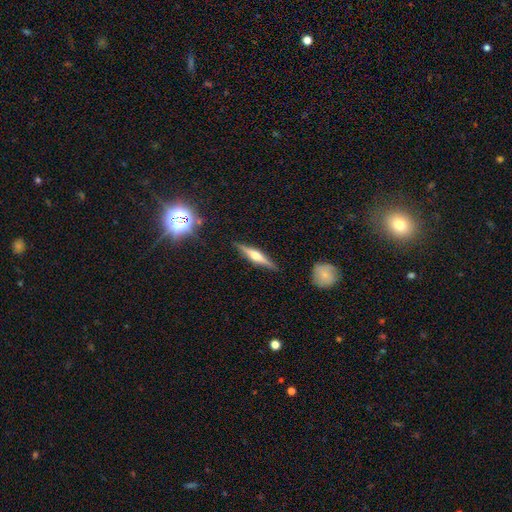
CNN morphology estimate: Overall: featured or disk (68%). Edge-on disk: yes (97%). Edge-on bulge: rounded (85%). Merging: none (89%).